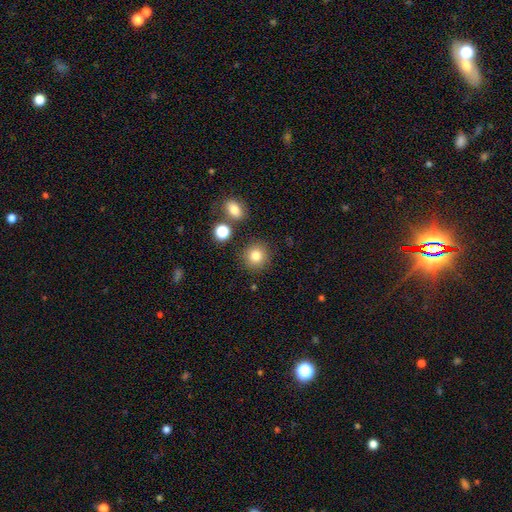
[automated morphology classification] Overall: smooth (82%). How rounded: round (91%). Merging: none (85%).